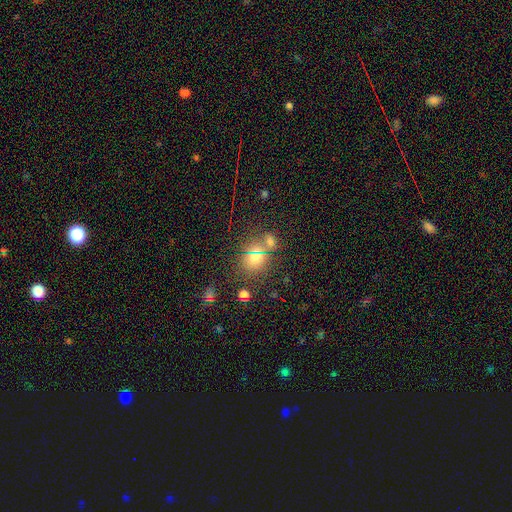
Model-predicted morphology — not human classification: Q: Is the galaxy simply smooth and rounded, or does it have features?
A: smooth — 63%.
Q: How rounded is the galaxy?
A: round — 58%.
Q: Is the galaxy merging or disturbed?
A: none — 64%.